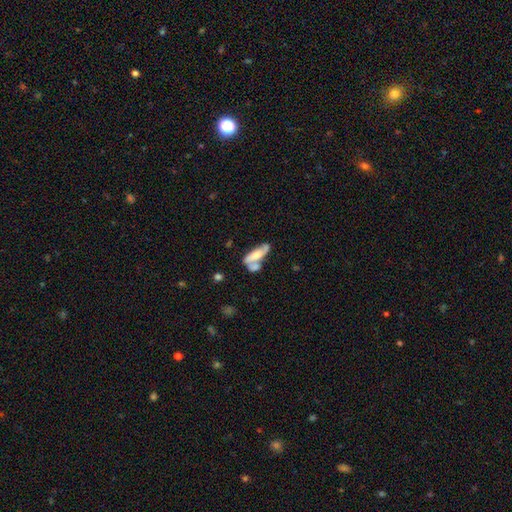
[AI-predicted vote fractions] The model was most divided on "merging": merger: 41%, none: 33%, minor disturbance: 16%, major disturbance: 11%. More confident: edge-on disk — no (75%); smooth or featured — featured or disk (52%).